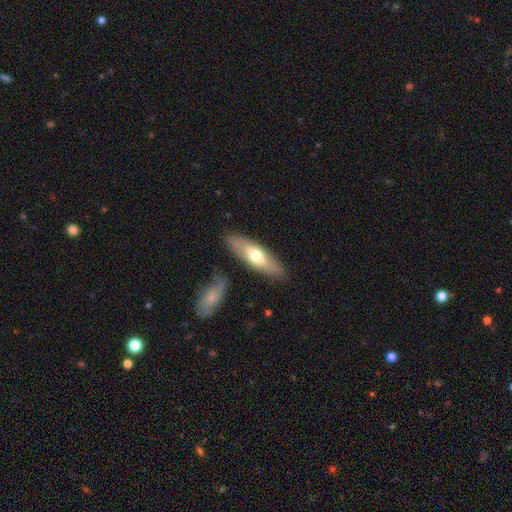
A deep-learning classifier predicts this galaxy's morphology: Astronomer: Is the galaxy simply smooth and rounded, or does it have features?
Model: smooth — 60%.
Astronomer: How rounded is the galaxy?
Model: in between — 51% (runner-up: cigar-shaped, 47%).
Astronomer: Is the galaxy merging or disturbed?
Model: none — 83%.